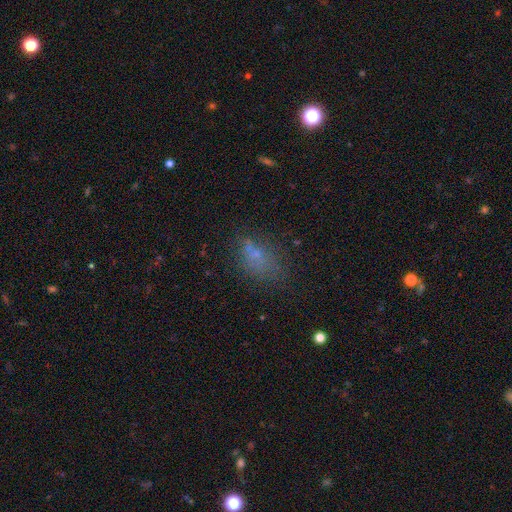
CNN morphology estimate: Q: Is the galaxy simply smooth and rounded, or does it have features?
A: smooth — 57%.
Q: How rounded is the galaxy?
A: in between — 73%.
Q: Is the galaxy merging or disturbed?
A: none — 52%.